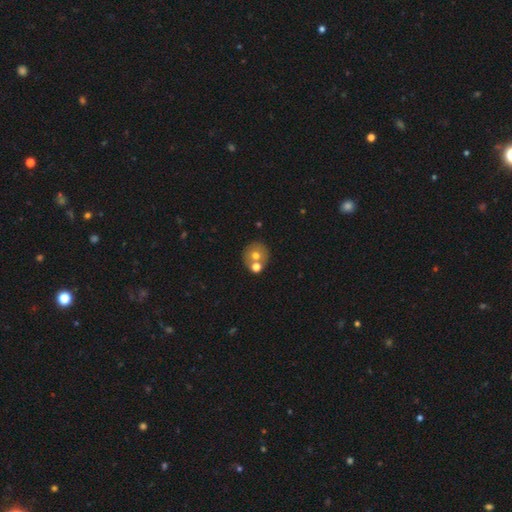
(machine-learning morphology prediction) Smooth or featured?
  - smooth: 64% *
  - featured or disk: 25%
  - star or artifact: 11%
How rounded?
  - round: 88% *
  - in between: 11%
  - cigar-shaped: 1%
Merging?
  - none: 60% *
  - merger: 28%
  - minor disturbance: 9%
  - major disturbance: 3%